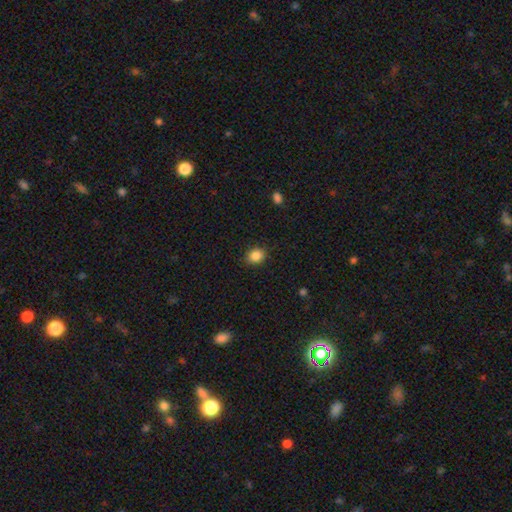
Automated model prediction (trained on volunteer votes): smooth-or-featured: smooth: 85% | star or artifact: 10% | featured or disk: 5%
  how-rounded: round: 58% | in between: 41% | cigar-shaped: 1%
  merging: none: 87% | minor disturbance: 9% | major disturbance: 2% | merger: 1%